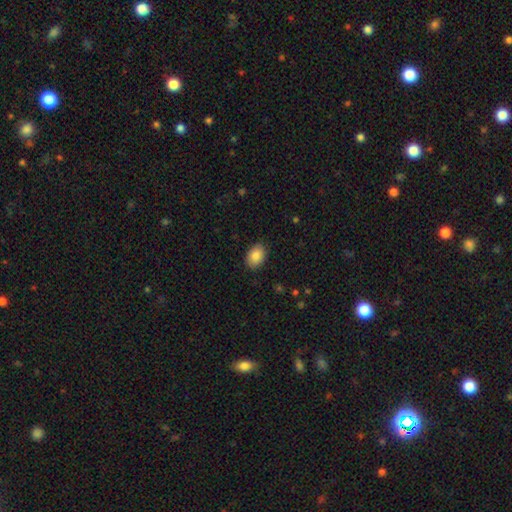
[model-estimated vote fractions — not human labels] The model was most divided on "how rounded": in between: 77%, round: 22%, cigar-shaped: 1%. More confident: merging — none (87%); smooth or featured — smooth (87%).